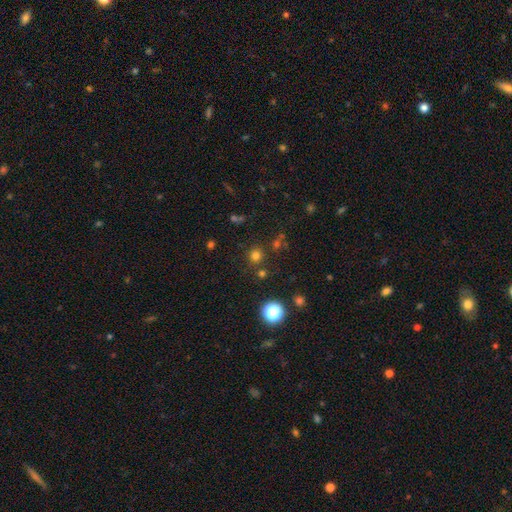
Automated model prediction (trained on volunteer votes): smooth_or_featured: smooth (p=0.72) [alt: star or artifact p=0.23]
how_rounded: round (p=0.92) [alt: in between p=0.07]
merging: none (p=0.83) [alt: minor disturbance p=0.07]